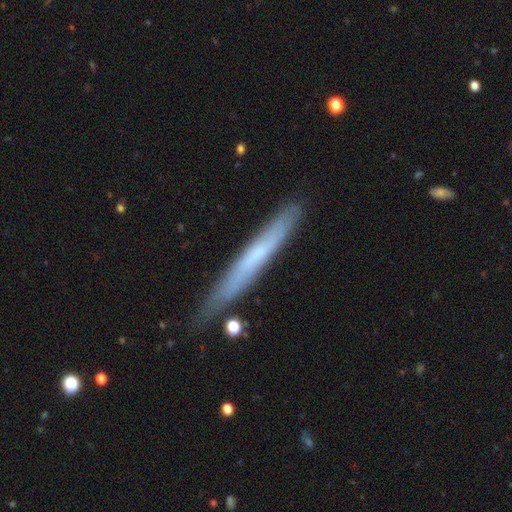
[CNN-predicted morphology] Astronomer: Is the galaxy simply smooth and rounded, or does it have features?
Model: smooth — 49% (runner-up: featured or disk, 45%).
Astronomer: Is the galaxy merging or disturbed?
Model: none — 80%.